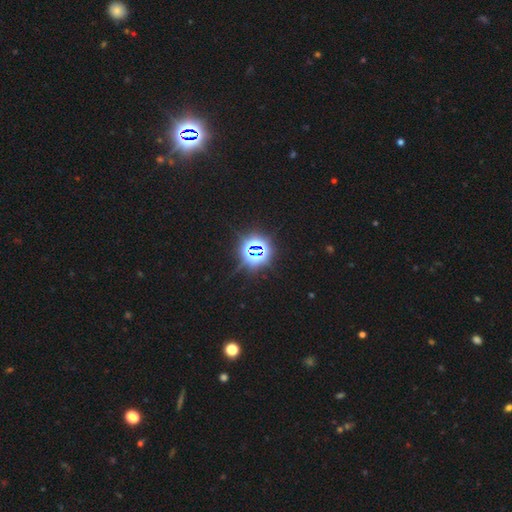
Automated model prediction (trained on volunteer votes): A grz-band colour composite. It shows a star or artifact, not a galaxy (78%).